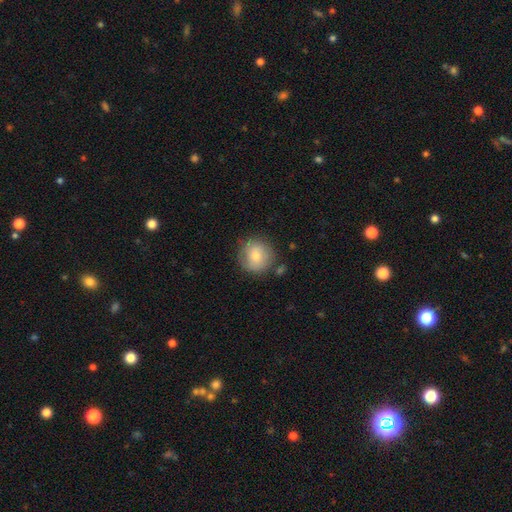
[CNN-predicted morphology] Overall: smooth (73%). How rounded: round (91%). Merging: none (77%).